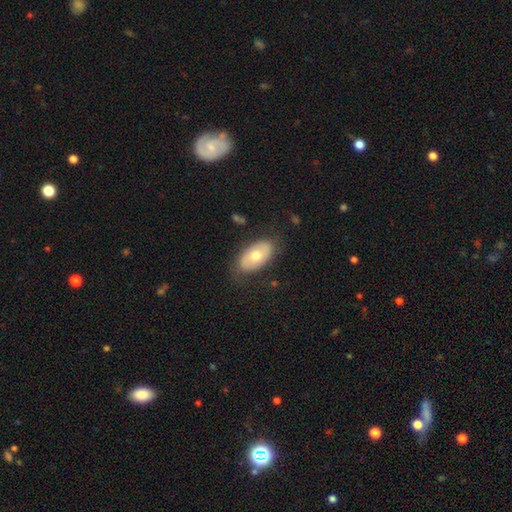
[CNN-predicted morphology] Overall: smooth (63%; featured or disk 31%). How rounded: in between (94%). Merging: none (78%).